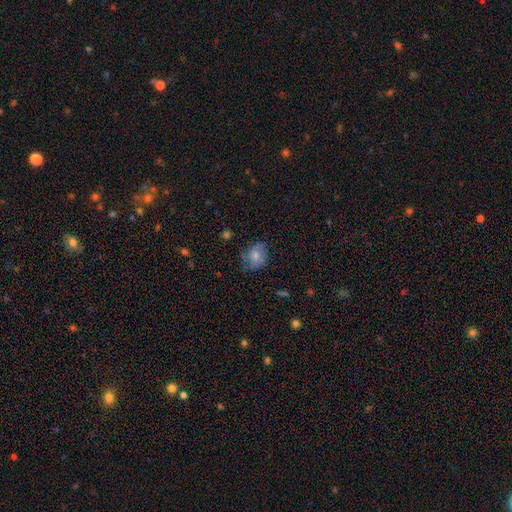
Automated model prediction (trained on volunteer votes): smooth 67%, featured or disk 24%, star or artifact 9%. Down the decision tree: how rounded — in between (50%); merging — none (58%).